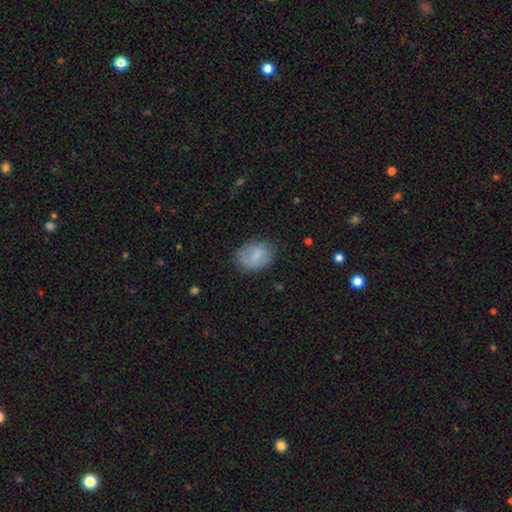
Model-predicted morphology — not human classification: smooth 78%, featured or disk 14%, star or artifact 8%. Down the decision tree: how rounded — in between (67%); merging — none (69%).